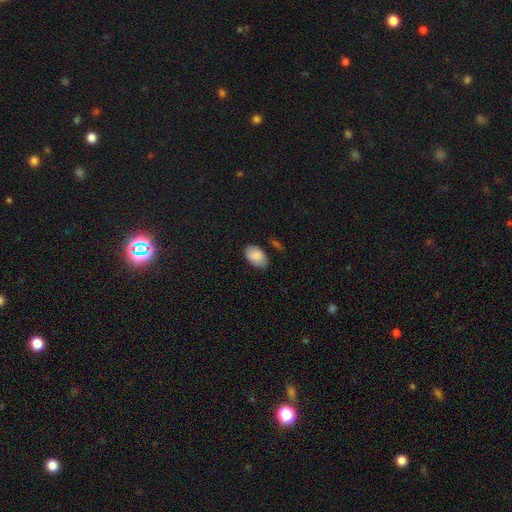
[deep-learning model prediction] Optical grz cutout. It shows a smooth galaxy with no disk features (88%) that is in between round and cigar-shaped (91%). Merging: none (73%).